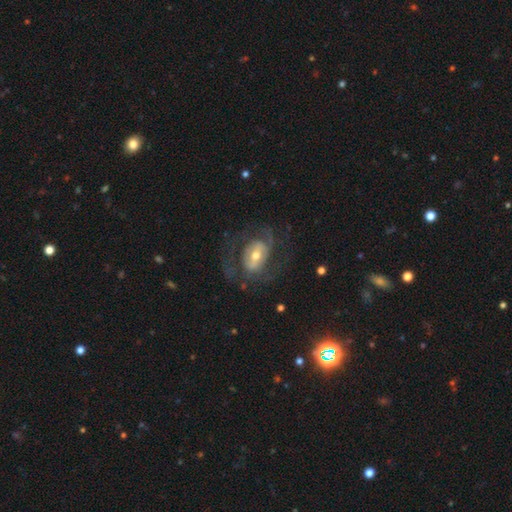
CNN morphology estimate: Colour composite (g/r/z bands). It shows a featured or disk galaxy (73%) with a weak bar (39%), 2 (62%) medium (46%) spiral arms (75%) and a moderate central bulge (62%). Merging: none (59%).